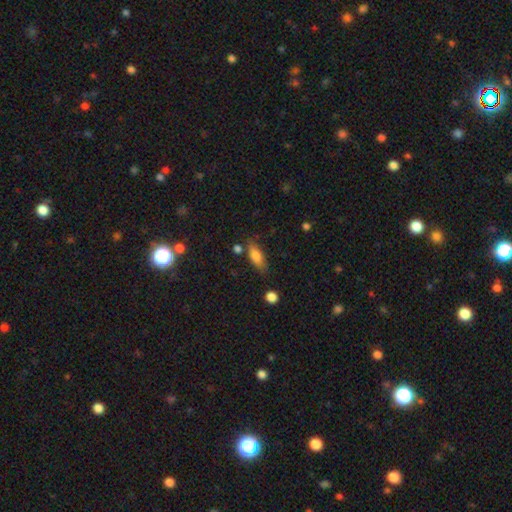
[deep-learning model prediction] smooth_or_featured: smooth (p=0.79) [alt: featured or disk p=0.14]
how_rounded: in between (p=0.73) [alt: cigar-shaped p=0.24]
merging: none (p=0.75) [alt: minor disturbance p=0.16]